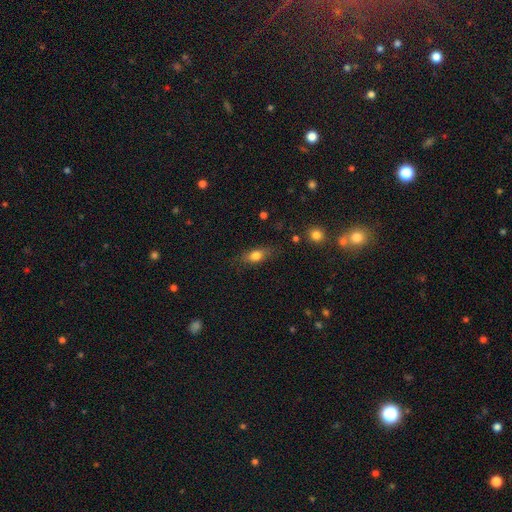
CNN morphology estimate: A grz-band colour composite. It shows a smooth galaxy with no disk features (75%) that is in between round and cigar-shaped (75%). Merging: none (76%).